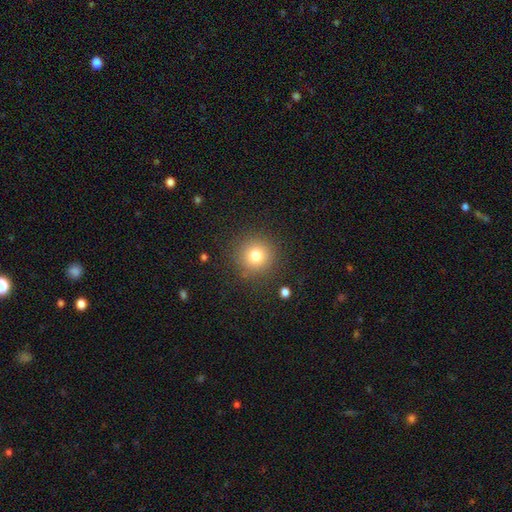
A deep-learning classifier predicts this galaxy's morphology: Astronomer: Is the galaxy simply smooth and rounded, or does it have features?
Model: smooth — 79%.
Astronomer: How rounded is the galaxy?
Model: round — 95%.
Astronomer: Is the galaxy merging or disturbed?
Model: none — 89%.